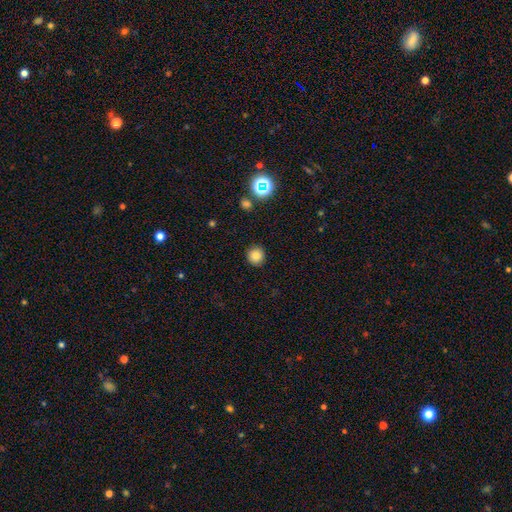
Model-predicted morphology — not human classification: type=smooth (81%); roundness=round (94%); merging=none (90%).